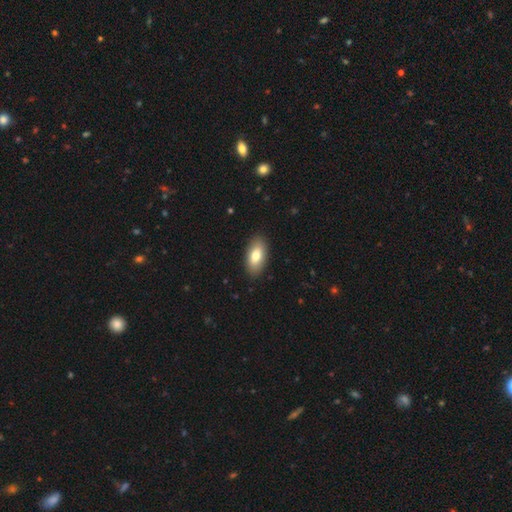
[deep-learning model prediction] This appears to be a smooth galaxy with no disk features (79%) that is in between round and cigar-shaped (92%). Merging: none (89%).